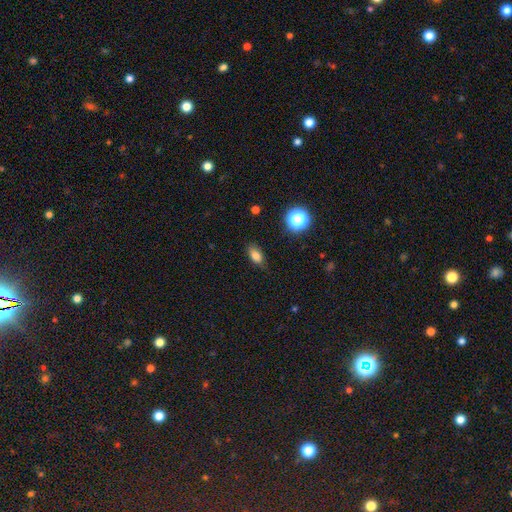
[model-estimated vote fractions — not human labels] Smooth or featured: smooth — 80% (star or artifact — 12%)
How rounded: in between — 85% (round — 10%)
Merging: none — 80% (minor disturbance — 15%)